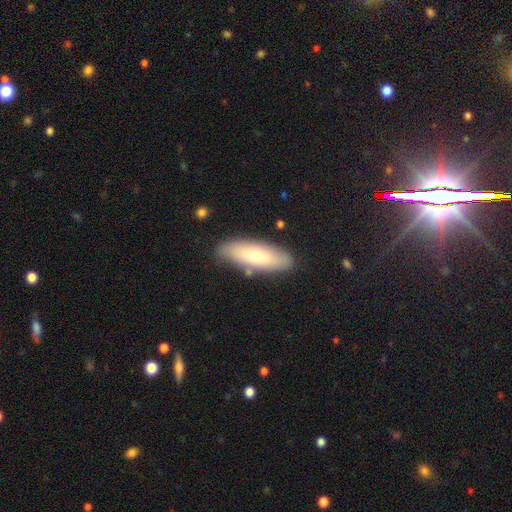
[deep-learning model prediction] Overall: smooth (64%; featured or disk 29%). How rounded: in between (61%; cigar-shaped 36%). Merging: none (82%).